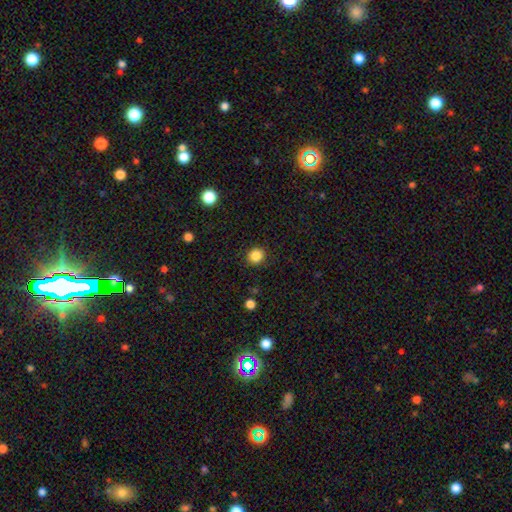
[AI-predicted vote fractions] Smooth or featured?
  - smooth: 85% *
  - star or artifact: 11%
  - featured or disk: 4%
How rounded?
  - round: 85% *
  - in between: 14%
  - cigar-shaped: 1%
Merging?
  - none: 91% *
  - minor disturbance: 6%
  - major disturbance: 2%
  - merger: 1%